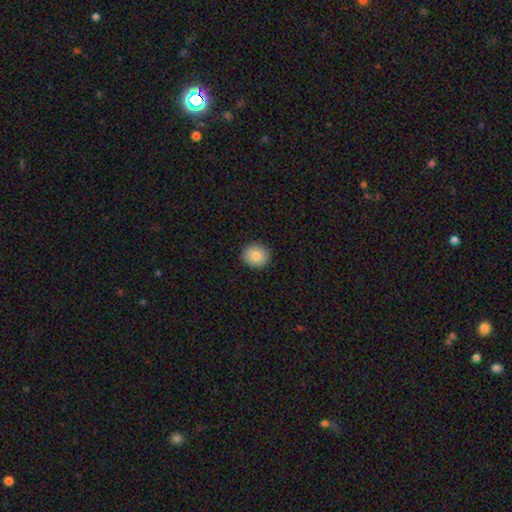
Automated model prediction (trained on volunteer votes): Smooth or featured: smooth — 86% (star or artifact — 8%)
How rounded: round — 73% (in between — 26%)
Merging: none — 91% (minor disturbance — 7%)